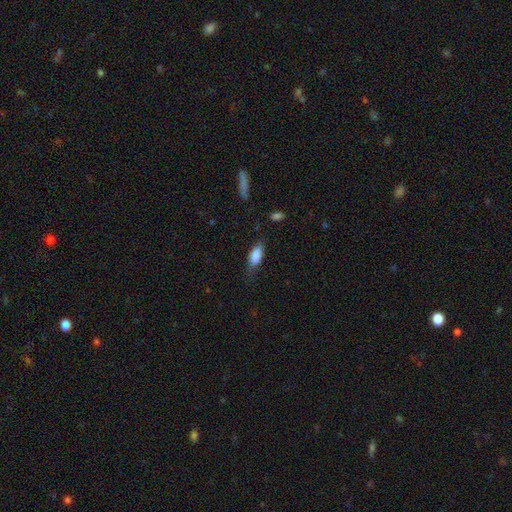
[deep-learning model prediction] smooth-or-featured: smooth: 84% | featured or disk: 10% | star or artifact: 7%
  how-rounded: in between: 82% | cigar-shaped: 15% | round: 3%
  merging: none: 64% | minor disturbance: 26% | major disturbance: 8% | merger: 2%